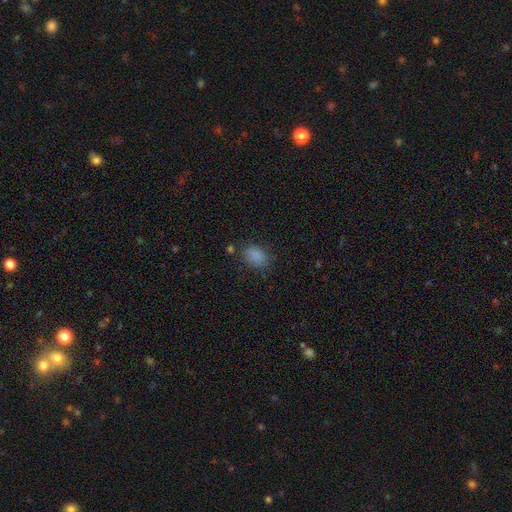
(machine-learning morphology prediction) Overall: smooth (83%). How rounded: in between (81%). Merging: none (74%).